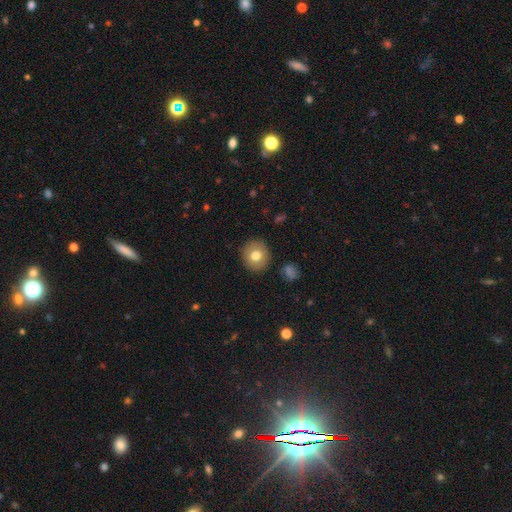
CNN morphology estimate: type=smooth (76%); roundness=round (88%); merging=none (90%).